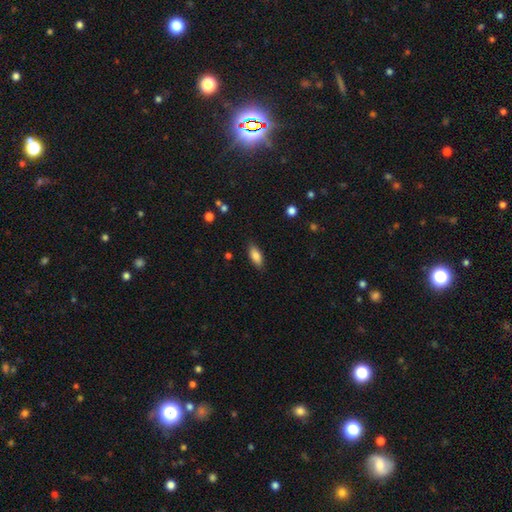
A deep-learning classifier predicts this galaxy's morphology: This is clearly a smooth galaxy (82%). How rounded: likely in between (80%). Merging: clearly none (85%).